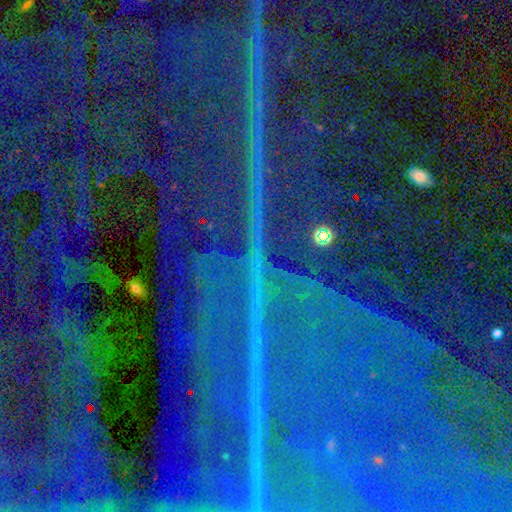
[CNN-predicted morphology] The model was most divided on "smooth or featured": star or artifact: 88%, featured or disk: 6%, smooth: 6%.